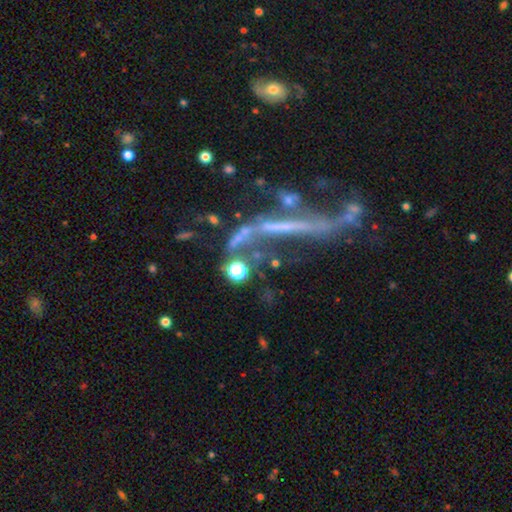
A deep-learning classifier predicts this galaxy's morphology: This is likely a featured or disk galaxy (71%). It is likely not viewed edge-on (63%). Merging: marginally none (34%).